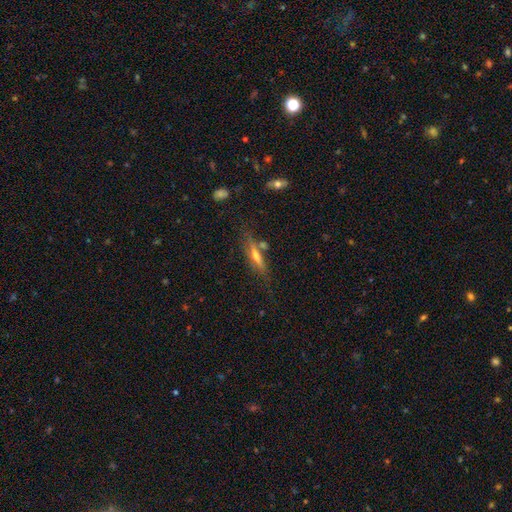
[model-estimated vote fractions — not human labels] A featured or disk galaxy (56%) viewed edge-on (91%) with a rounded central bulge (75%). Merging: none (70%).